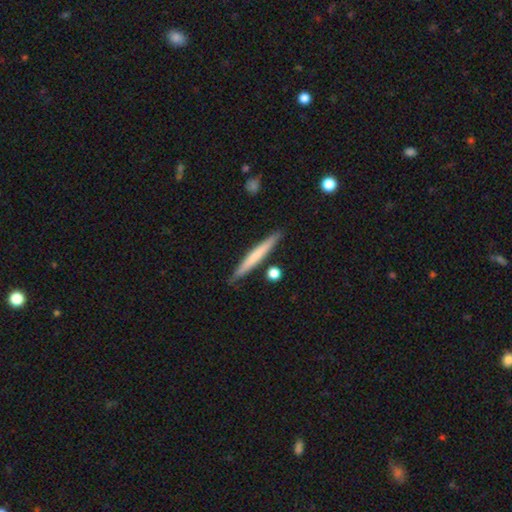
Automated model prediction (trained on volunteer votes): smooth_or_featured: smooth (p=0.61) [alt: featured or disk p=0.34]
how_rounded: cigar-shaped (p=0.96) [alt: in between p=0.02]
merging: none (p=0.87) [alt: minor disturbance p=0.08]